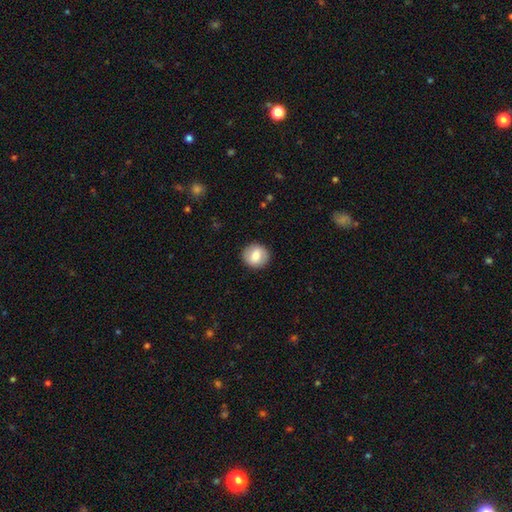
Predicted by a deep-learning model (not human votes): The model was most divided on "smooth or featured": smooth: 75%, featured or disk: 17%, star or artifact: 7%. More confident: merging — none (89%); how rounded — round (85%).